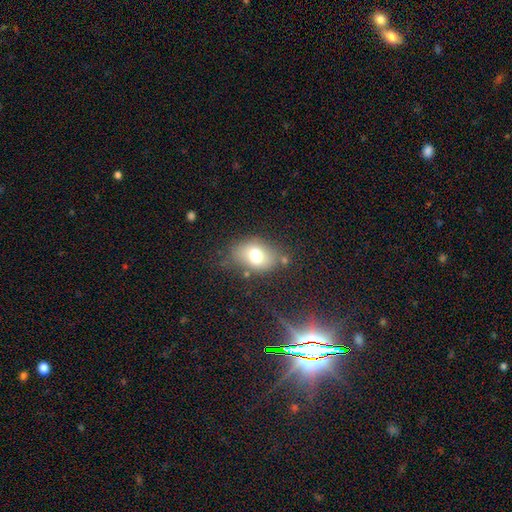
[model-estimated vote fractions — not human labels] Overall: smooth (72%). How rounded: in between (74%). Merging: none (67%).